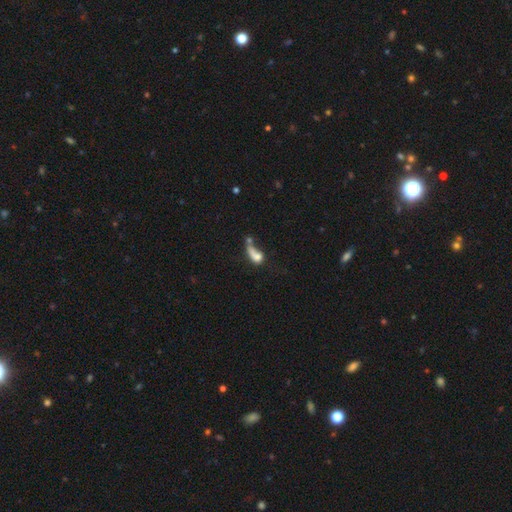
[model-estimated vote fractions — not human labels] smooth_or_featured: smooth (p=0.64) [alt: featured or disk p=0.24]
how_rounded: in between (p=0.61) [alt: cigar-shaped p=0.19]
merging: merger (p=0.35) [alt: major disturbance p=0.30]